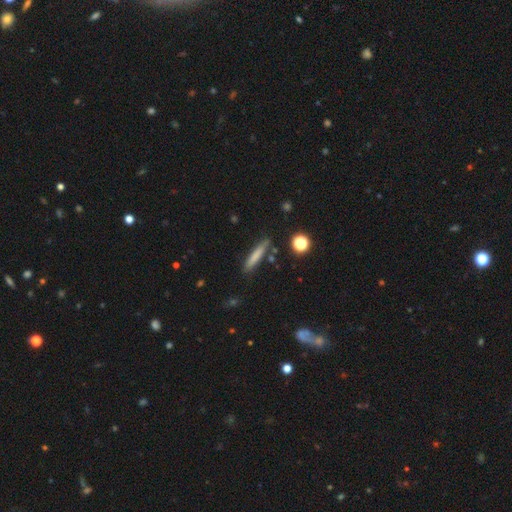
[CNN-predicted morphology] Smooth or featured: smooth — 72% (featured or disk — 20%)
How rounded: cigar-shaped — 91% (in between — 7%)
Merging: none — 81% (minor disturbance — 12%)